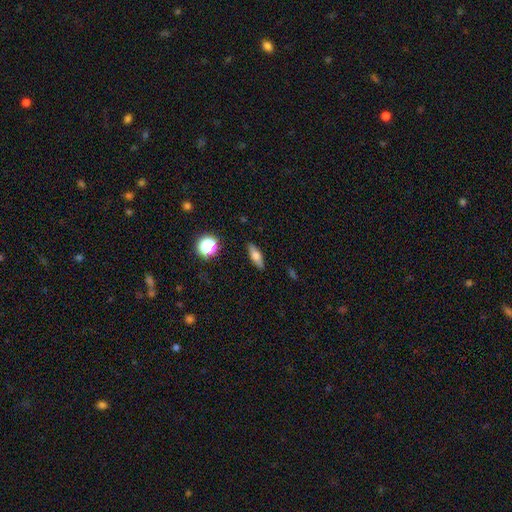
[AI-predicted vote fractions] A smooth galaxy with no disk features (62%) that is in between round and cigar-shaped (53%).

Vote fractions:
- Smooth or featured? smooth: 62% / featured or disk: 28% / star or artifact: 10%
- How rounded? in between: 53% / cigar-shaped: 41% / round: 6%
- Merging? none: 88% / minor disturbance: 9% / major disturbance: 2% / merger: 1%